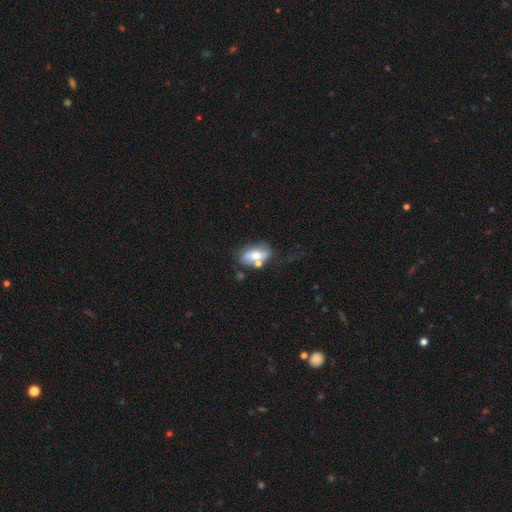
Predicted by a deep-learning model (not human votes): The model was most divided on "merging": none: 48%, minor disturbance: 22%, merger: 20%, major disturbance: 11%. More confident: how rounded — in between (86%); smooth or featured — smooth (64%).